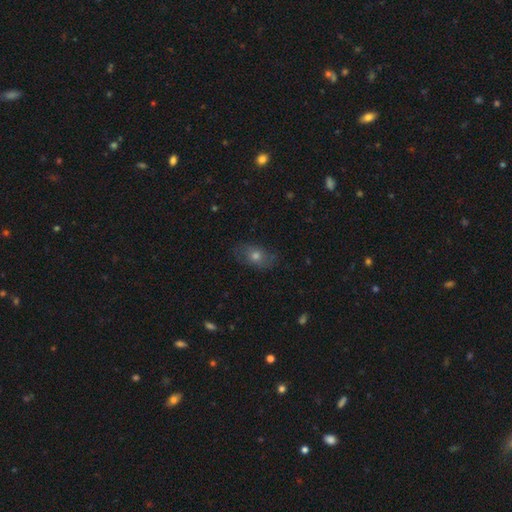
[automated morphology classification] This is possibly a smooth galaxy (54%). How rounded: likely in between (76%). Merging: likely none (77%).